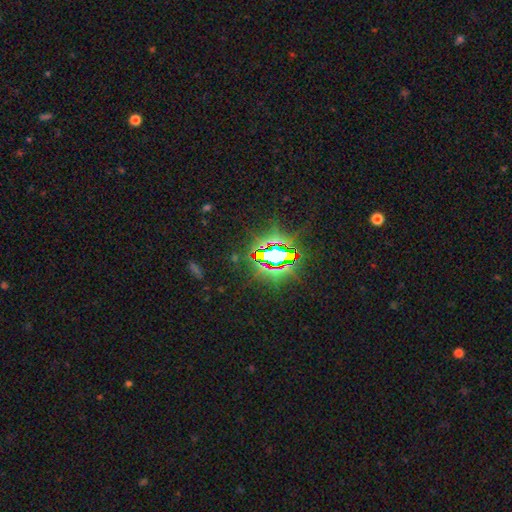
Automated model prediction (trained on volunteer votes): Smooth or featured: star or artifact — 84% (smooth — 9%)